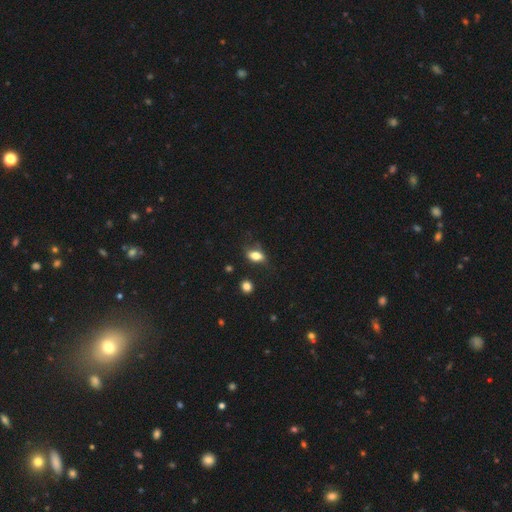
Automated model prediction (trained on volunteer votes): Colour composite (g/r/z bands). It shows a smooth galaxy with no disk features (73%) that is in between round and cigar-shaped (81%). Merging: none (62%).